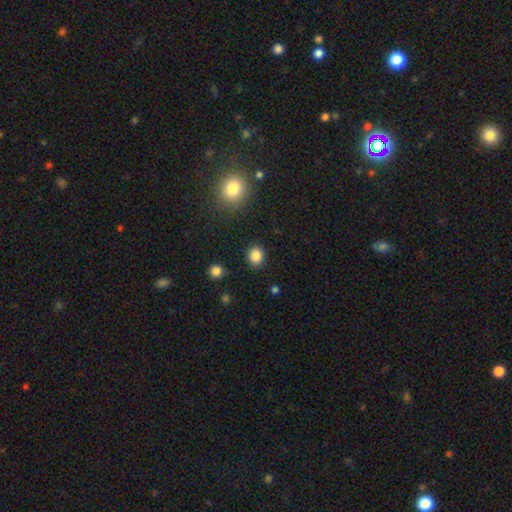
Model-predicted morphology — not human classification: This is clearly a smooth galaxy (86%). How rounded: likely round (64%). Merging: clearly none (89%).